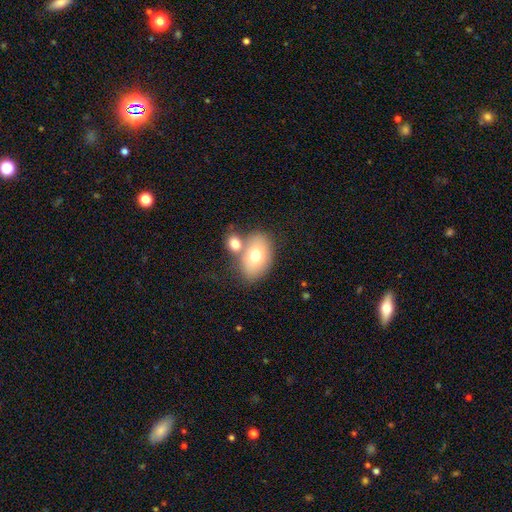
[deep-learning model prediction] This is likely a smooth galaxy (70%). How rounded: clearly in between (82%). Merging: possibly none (52%).